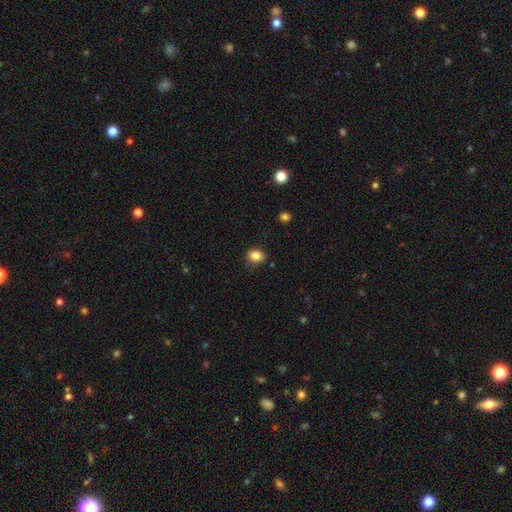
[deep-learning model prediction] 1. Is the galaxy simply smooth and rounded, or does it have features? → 85% smooth, 10% star or artifact, 5% featured or disk.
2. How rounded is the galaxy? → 52% round, 47% in between, 1% cigar-shaped.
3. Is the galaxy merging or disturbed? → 81% none, 14% minor disturbance, 3% major disturbance, 2% merger.